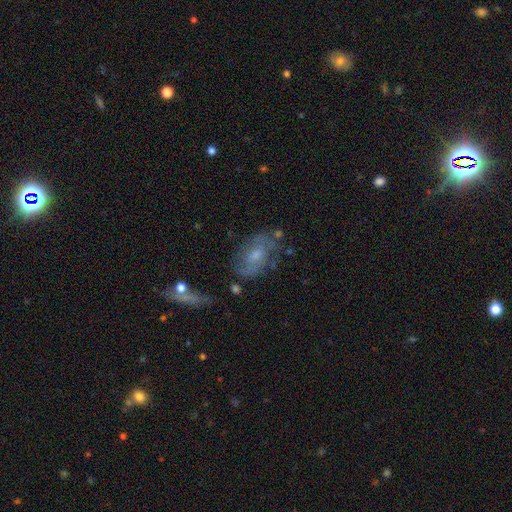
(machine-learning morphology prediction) smooth_or_featured: featured or disk (p=0.57) [alt: smooth p=0.33]
disk_edge_on: no (p=0.93) [alt: yes p=0.07]
bar: no (p=0.64) [alt: weak p=0.30]
has_spiral_arms: yes (p=0.59) [alt: no p=0.41]
bulge_size: moderate (p=0.50) [alt: small p=0.36]
merging: none (p=0.56) [alt: minor disturbance p=0.23]